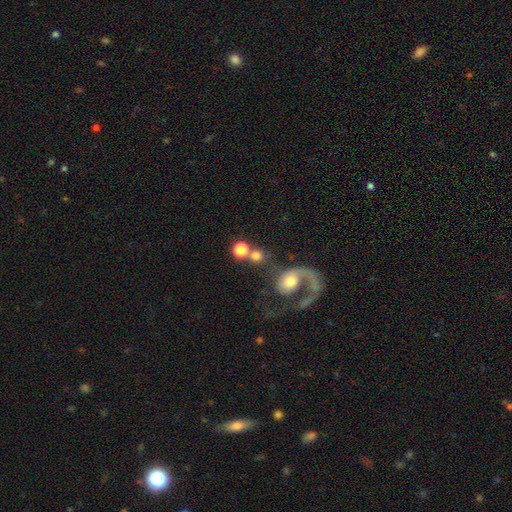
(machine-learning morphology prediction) Overall: smooth (69%). How rounded: round (86%). Merging: none (45%; merger 35%).